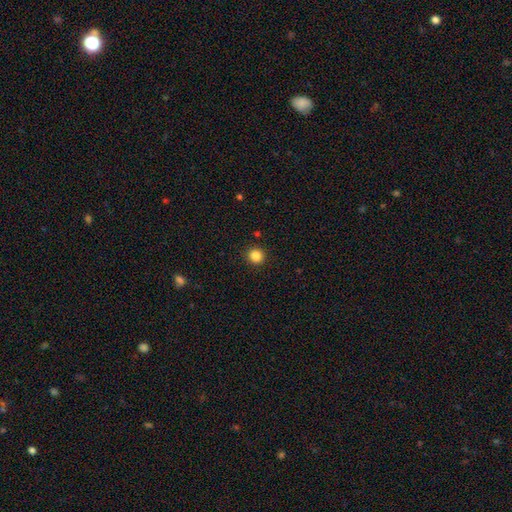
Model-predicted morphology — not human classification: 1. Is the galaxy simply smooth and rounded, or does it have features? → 85% smooth, 11% star or artifact, 3% featured or disk.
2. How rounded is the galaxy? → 93% round, 6% in between, 1% cigar-shaped.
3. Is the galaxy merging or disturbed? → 92% none, 5% minor disturbance, 2% major disturbance, 1% merger.